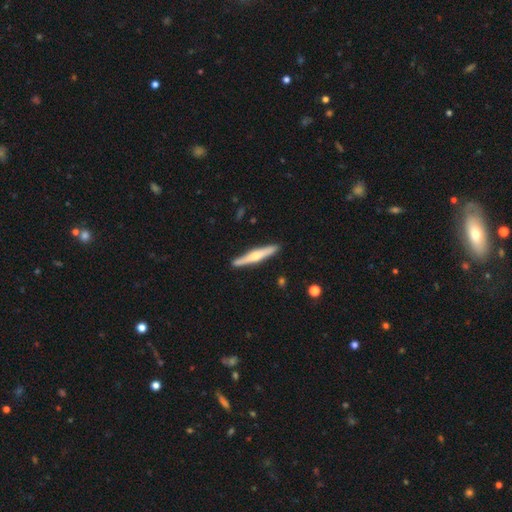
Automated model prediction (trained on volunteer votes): featured or disk 62%, smooth 33%, star or artifact 5%. Down the decision tree: edge-on disk — yes (97%); edge-on bulge — rounded (87%); merging — none (90%).